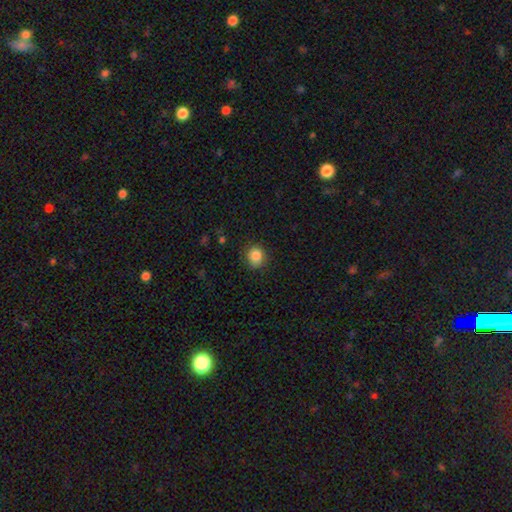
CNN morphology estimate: Smooth or featured?
  - smooth: 85% *
  - star or artifact: 10%
  - featured or disk: 5%
How rounded?
  - round: 83% *
  - in between: 16%
  - cigar-shaped: 1%
Merging?
  - none: 87% *
  - minor disturbance: 10%
  - major disturbance: 3%
  - merger: 1%